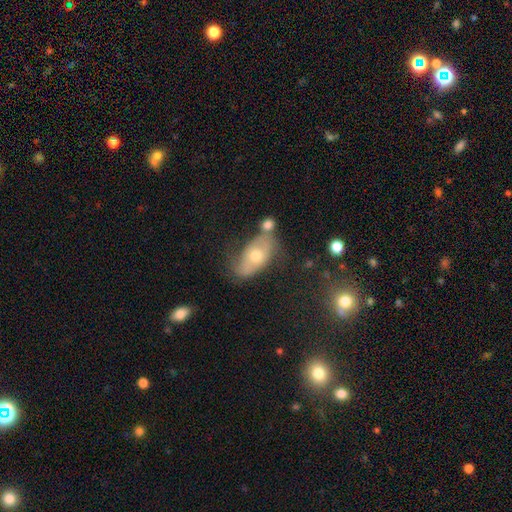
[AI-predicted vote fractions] smooth 48%, featured or disk 42%, star or artifact 10%. Down the decision tree: merging — none (49%).